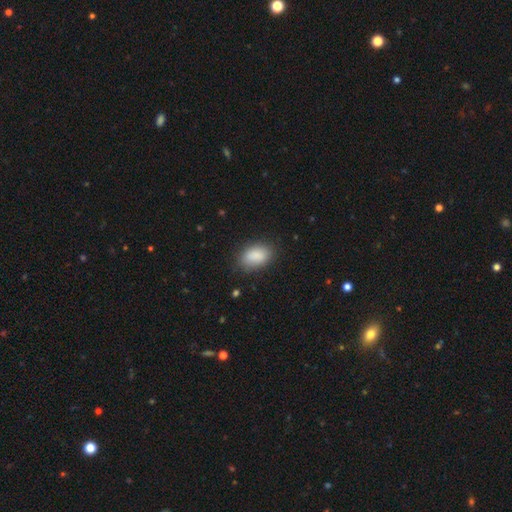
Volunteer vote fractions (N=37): Morphology: type=smooth (89%); roundness=in between (91%); merging=none (67%).